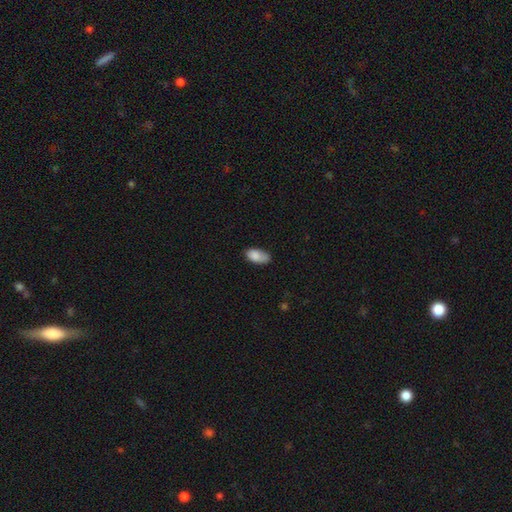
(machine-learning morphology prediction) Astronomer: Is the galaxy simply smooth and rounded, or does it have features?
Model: smooth — 84%.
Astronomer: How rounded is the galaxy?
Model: in between — 94%.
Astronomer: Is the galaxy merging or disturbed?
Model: none — 60%.